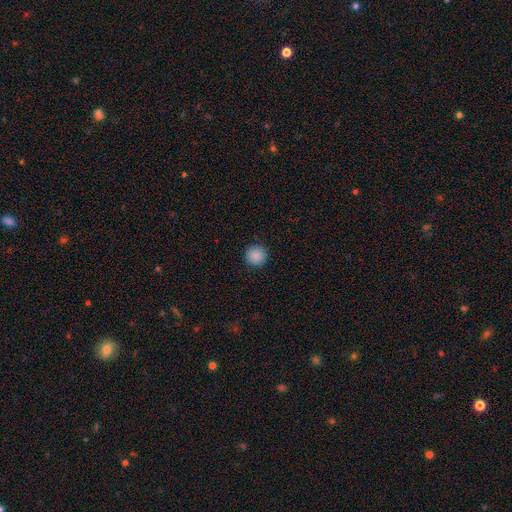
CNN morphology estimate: Overall: smooth (88%). How rounded: round (95%). Merging: none (93%).